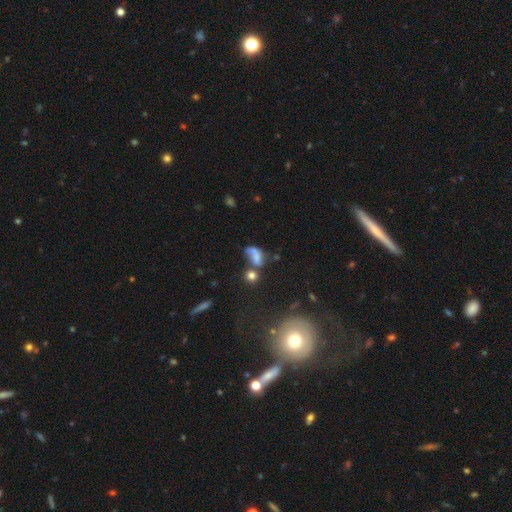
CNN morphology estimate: This appears to be a smooth galaxy with no disk features (50%) that is in between round and cigar-shaped (71%). Merging: merger (40%).